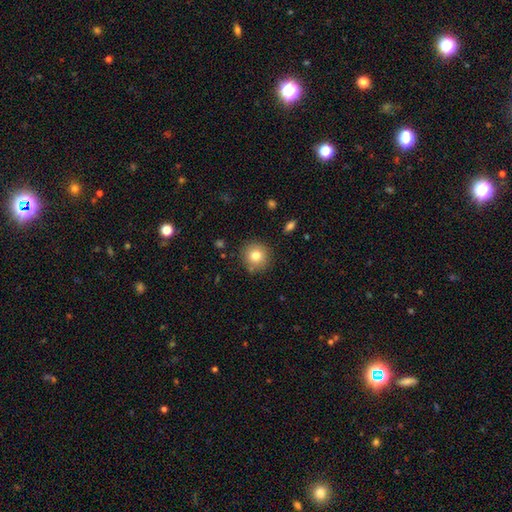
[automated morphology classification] A smooth galaxy with no disk features (78%) that is round (93%).

Vote fractions:
- Smooth or featured? smooth: 78% / star or artifact: 11% / featured or disk: 11%
- How rounded? round: 93% / in between: 6% / cigar-shaped: 1%
- Merging? none: 87% / minor disturbance: 8% / major disturbance: 3% / merger: 2%